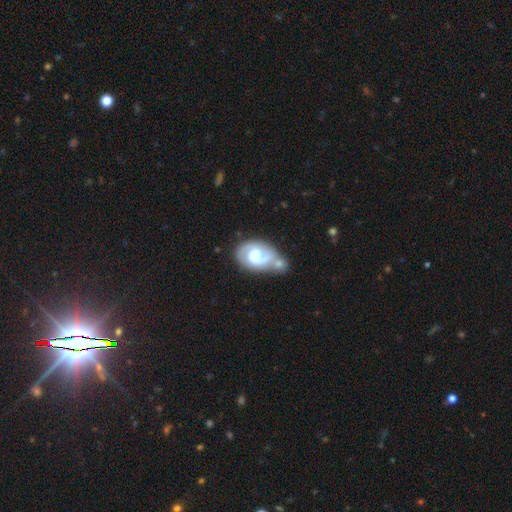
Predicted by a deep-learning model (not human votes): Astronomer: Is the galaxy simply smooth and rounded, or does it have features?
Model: featured or disk — 71%.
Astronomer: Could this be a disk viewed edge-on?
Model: no — 97%.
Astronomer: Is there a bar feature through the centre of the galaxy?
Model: no — 53% (runner-up: weak, 39%).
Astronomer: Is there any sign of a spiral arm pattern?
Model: yes — 86%.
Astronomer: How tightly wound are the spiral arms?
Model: medium — 44% (runner-up: tight, 37%).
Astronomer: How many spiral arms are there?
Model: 2 — 67%.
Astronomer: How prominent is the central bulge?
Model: moderate — 53% (runner-up: large, 32%).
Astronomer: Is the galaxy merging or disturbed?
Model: merger — 40% (runner-up: none, 31%).